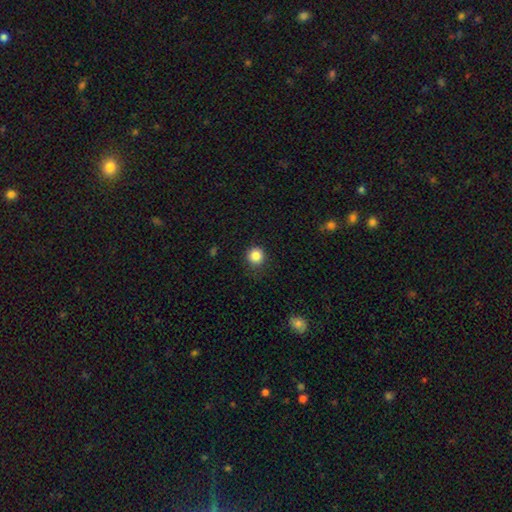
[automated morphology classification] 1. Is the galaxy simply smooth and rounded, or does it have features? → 85% smooth, 11% star or artifact, 4% featured or disk.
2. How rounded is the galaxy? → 94% round, 5% in between, 1% cigar-shaped.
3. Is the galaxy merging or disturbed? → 87% none, 9% minor disturbance, 3% major disturbance, 1% merger.